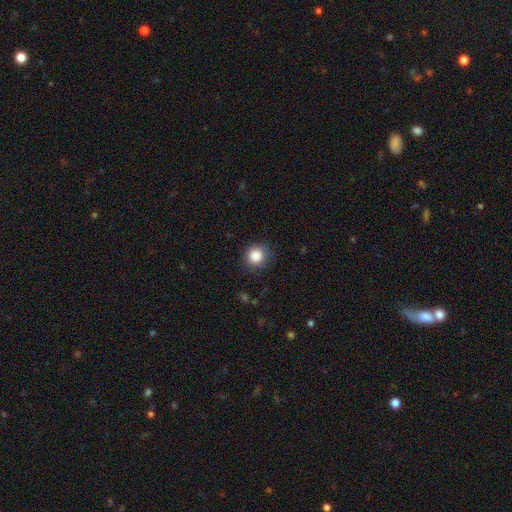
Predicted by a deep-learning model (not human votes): Morphology: type=smooth (85%); roundness=round (92%); merging=none (85%).